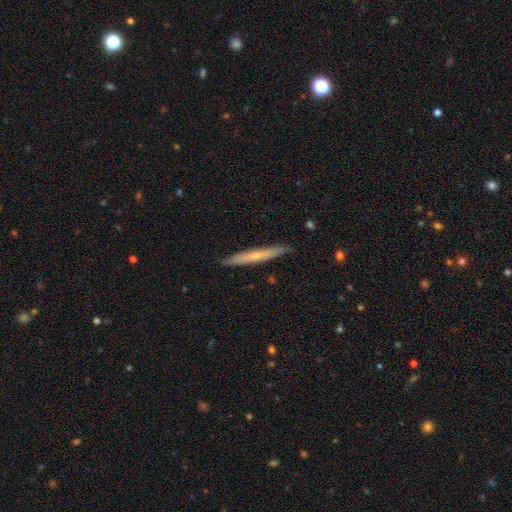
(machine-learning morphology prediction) Smooth or featured: featured or disk — 50% (smooth — 44%)
Edge-on disk: yes — 94% (no — 6%)
Merging: none — 90% (minor disturbance — 8%)